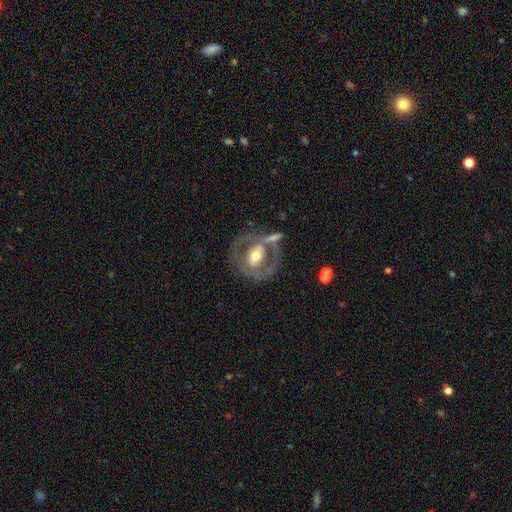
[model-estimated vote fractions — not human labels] Overall: featured or disk (68%). Edge-on disk: no (93%). Bar: no (39%; weak 30%). Spiral arms: no (60%; yes 40%). Bulge size: moderate (70%). Merging: none (55%; minor disturbance 16%).